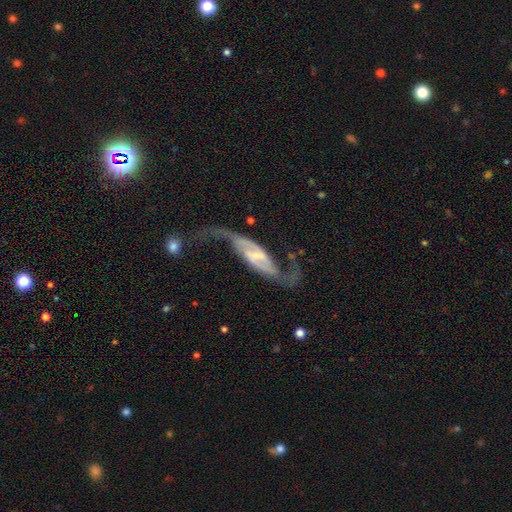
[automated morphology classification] type=featured or disk (88%); edge-on=no (91%); bar=strong (45%); spiral arms=yes (96%); winding=loose (73%); arm count=2 (93%); bulge=small (55%); merging=none (56%).